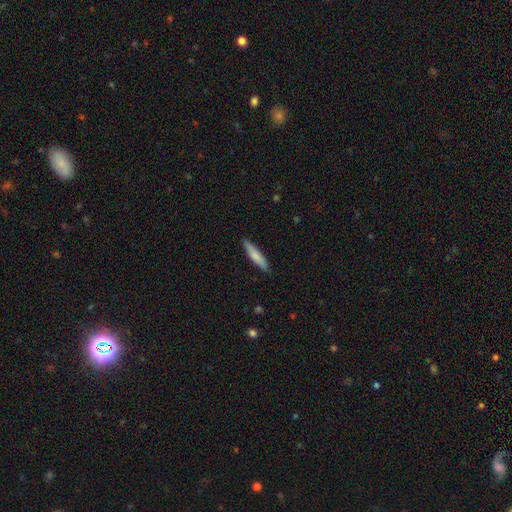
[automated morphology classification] Smooth or featured? smooth (78%)
How rounded? cigar-shaped (86%)
Merging? none (89%)